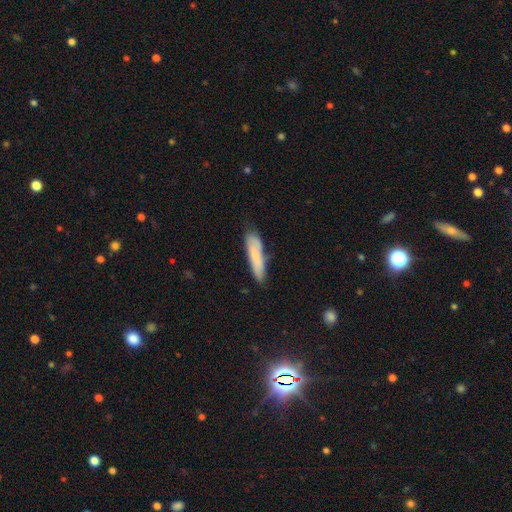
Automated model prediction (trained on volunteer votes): The model was most divided on "smooth or featured": smooth: 70%, featured or disk: 23%, star or artifact: 7%. More confident: how rounded — cigar-shaped (78%); merging — none (70%).